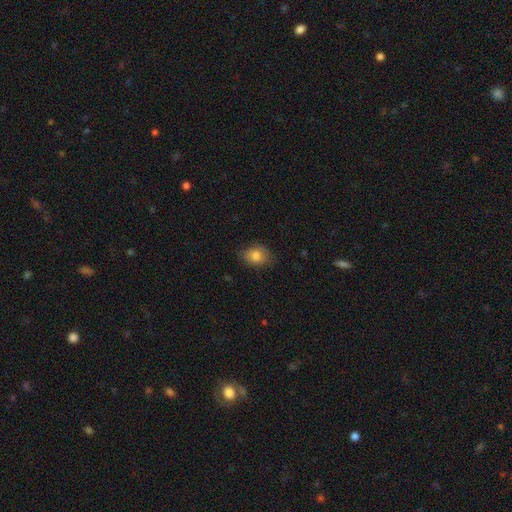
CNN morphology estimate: Q: Smooth or featured?
A: smooth (82%); runner-up: featured or disk (9%)
Q: How rounded?
A: in between (66%); runner-up: round (33%)
Q: Merging?
A: none (75%); runner-up: minor disturbance (20%)